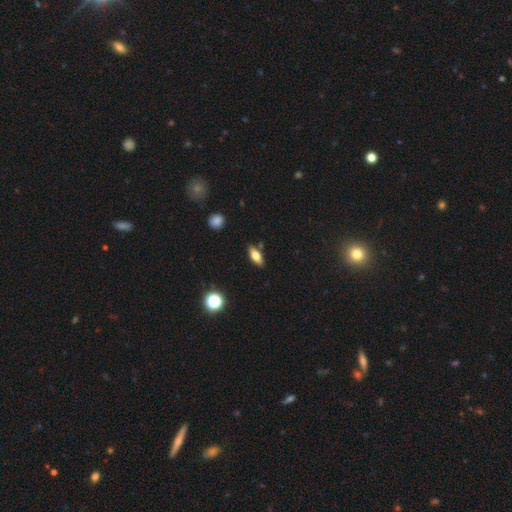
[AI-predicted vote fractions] Smooth or featured? Predicted: smooth (p=0.64). How rounded? Predicted: in between (p=0.74). Merging? Predicted: none (p=0.84).